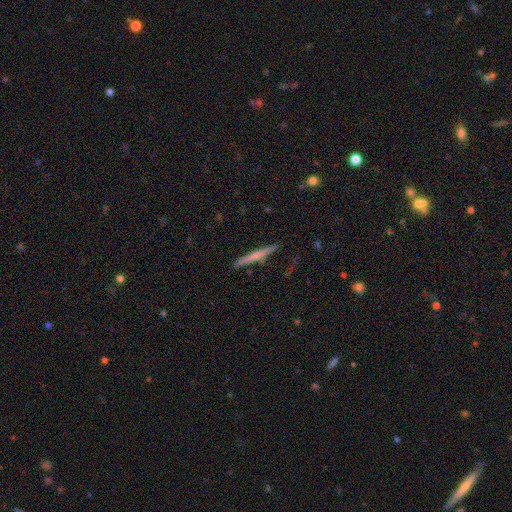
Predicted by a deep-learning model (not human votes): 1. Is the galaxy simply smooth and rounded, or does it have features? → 48% smooth, 46% featured or disk, 6% star or artifact.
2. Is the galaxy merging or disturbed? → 89% none, 8% minor disturbance, 2% major disturbance, 1% merger.